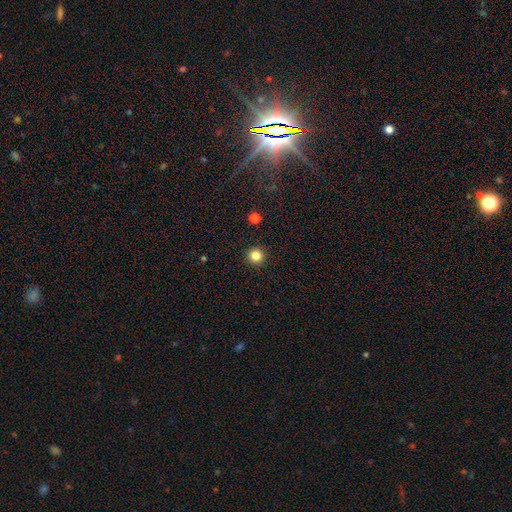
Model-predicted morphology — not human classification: Smooth or featured?
  - smooth: 84% *
  - star or artifact: 12%
  - featured or disk: 4%
How rounded?
  - round: 95% *
  - in between: 4%
  - cigar-shaped: 1%
Merging?
  - none: 93% *
  - minor disturbance: 4%
  - major disturbance: 2%
  - merger: 1%